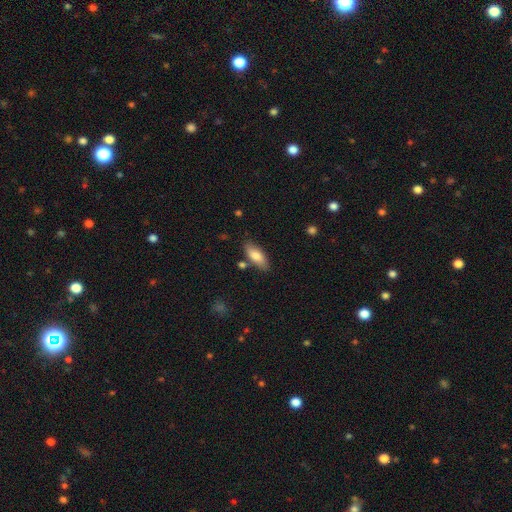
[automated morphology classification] Smooth or featured?
  - smooth: 78% *
  - featured or disk: 15%
  - star or artifact: 6%
How rounded?
  - in between: 77% *
  - cigar-shaped: 20%
  - round: 2%
Merging?
  - none: 79% *
  - minor disturbance: 13%
  - merger: 6%
  - major disturbance: 3%